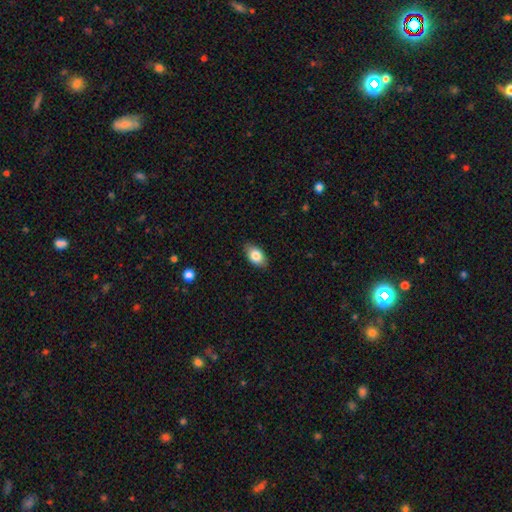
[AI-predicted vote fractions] smooth_or_featured: smooth (p=0.83) [alt: featured or disk p=0.10]
how_rounded: in between (p=0.91) [alt: round p=0.07]
merging: none (p=0.85) [alt: minor disturbance p=0.12]